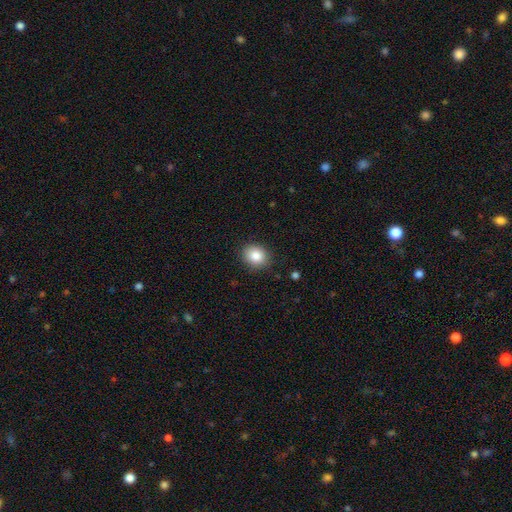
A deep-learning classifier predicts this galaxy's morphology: This appears to be a smooth galaxy with no disk features (86%) that is round (61%). Merging: none (87%).